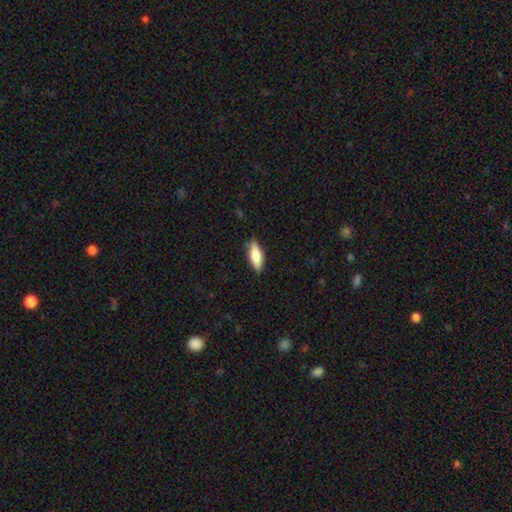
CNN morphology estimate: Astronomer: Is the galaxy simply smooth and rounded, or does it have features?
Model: smooth — 74%.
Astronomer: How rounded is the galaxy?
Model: in between — 60% (runner-up: cigar-shaped, 38%).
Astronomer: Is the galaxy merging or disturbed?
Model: none — 86%.